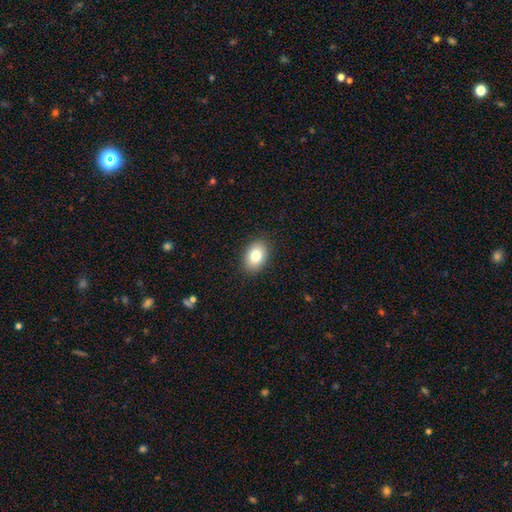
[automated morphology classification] Smooth or featured? Predicted: smooth (p=0.81). How rounded? Predicted: in between (p=0.80). Merging? Predicted: none (p=0.89).